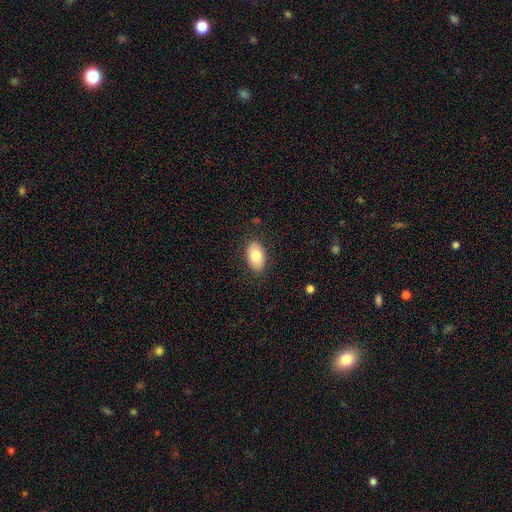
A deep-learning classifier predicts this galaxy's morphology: Smooth or featured?
  - smooth: 79% *
  - featured or disk: 14%
  - star or artifact: 7%
How rounded?
  - in between: 92% *
  - round: 7%
  - cigar-shaped: 1%
Merging?
  - none: 86% *
  - minor disturbance: 10%
  - major disturbance: 3%
  - merger: 1%